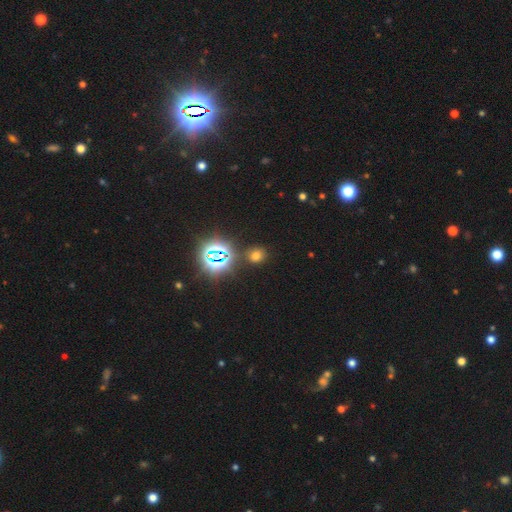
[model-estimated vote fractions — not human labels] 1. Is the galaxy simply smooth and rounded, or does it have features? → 60% smooth, 33% star or artifact, 8% featured or disk.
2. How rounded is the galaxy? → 75% round, 24% in between, 1% cigar-shaped.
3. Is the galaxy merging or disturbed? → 84% none, 9% minor disturbance, 4% merger, 3% major disturbance.